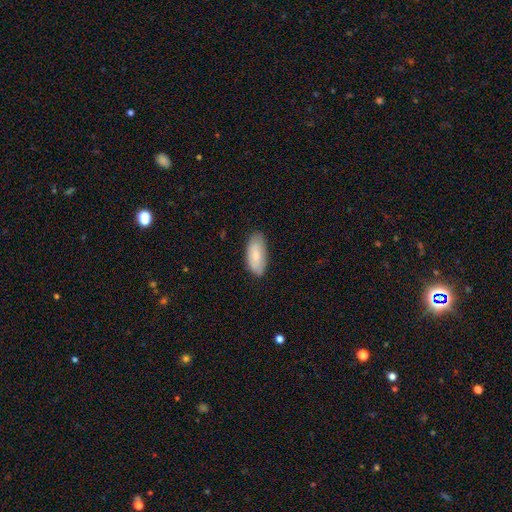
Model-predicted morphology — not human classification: This is likely a smooth galaxy (77%). How rounded: clearly in between (90%). Merging: likely none (79%).